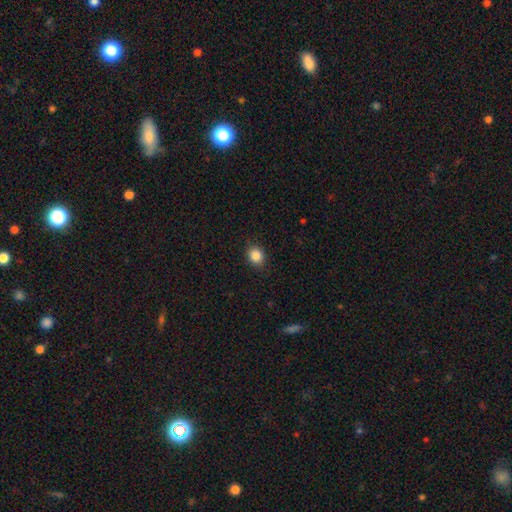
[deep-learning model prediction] smooth-or-featured: smooth: 86% | star or artifact: 10% | featured or disk: 5%
  how-rounded: round: 56% | in between: 43% | cigar-shaped: 1%
  merging: none: 88% | minor disturbance: 9% | major disturbance: 2% | merger: 1%